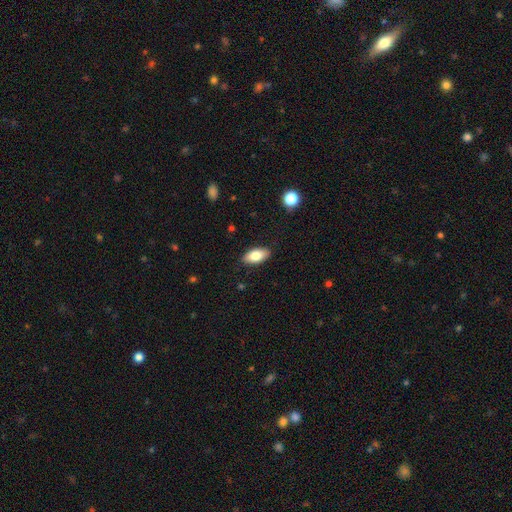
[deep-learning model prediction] smooth-or-featured: smooth: 81% | featured or disk: 12% | star or artifact: 7%
  how-rounded: in between: 91% | cigar-shaped: 6% | round: 3%
  merging: none: 88% | minor disturbance: 9% | major disturbance: 2% | merger: 1%